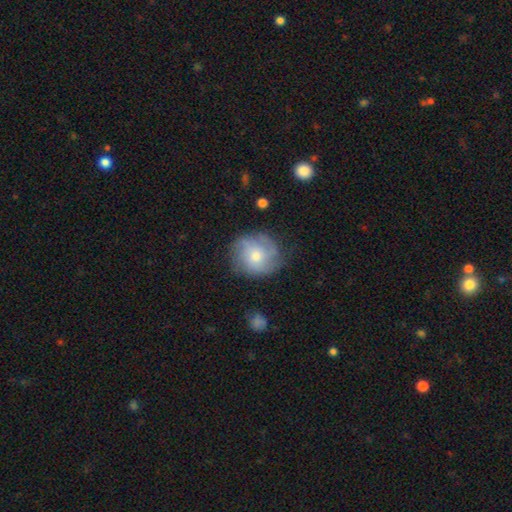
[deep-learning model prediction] smooth-or-featured: featured or disk: 53% | smooth: 38% | star or artifact: 9%
  disk-edge-on: no: 97% | yes: 3%
    bar: no: 78% | weak: 19% | strong: 3%
    has-spiral-arms: yes: 81% | no: 19%
    bulge-size: moderate: 59% | small: 34% | large: 4% | none: 2% | dominant: 1%
  merging: none: 72% | minor disturbance: 19% | major disturbance: 7% | merger: 1%